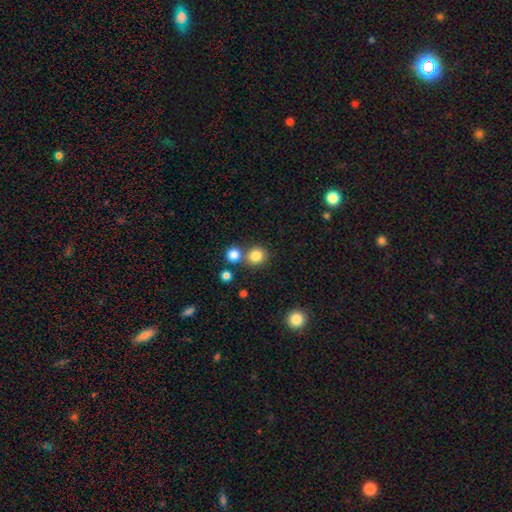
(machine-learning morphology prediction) This appears to be a smooth galaxy with no disk features (83%) that is round (88%). Merging: none (70%).